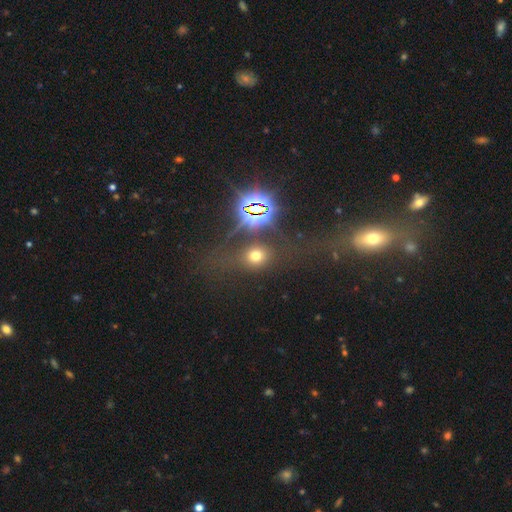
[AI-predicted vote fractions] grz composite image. It shows a smooth galaxy with no disk features (55%) that is round (62%). Merging: none (72%).